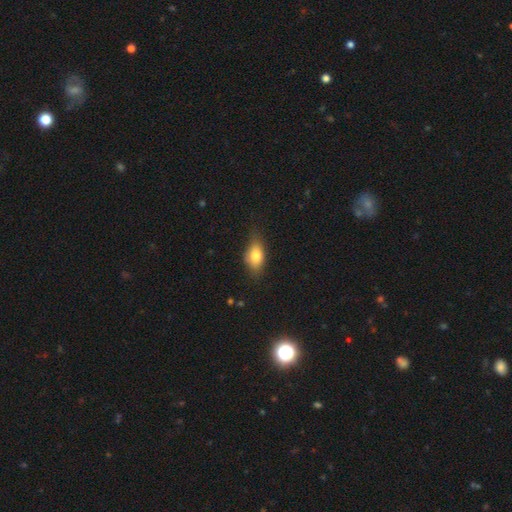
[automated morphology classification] Smooth or featured? smooth (79%)
How rounded? in between (84%)
Merging? none (66%)